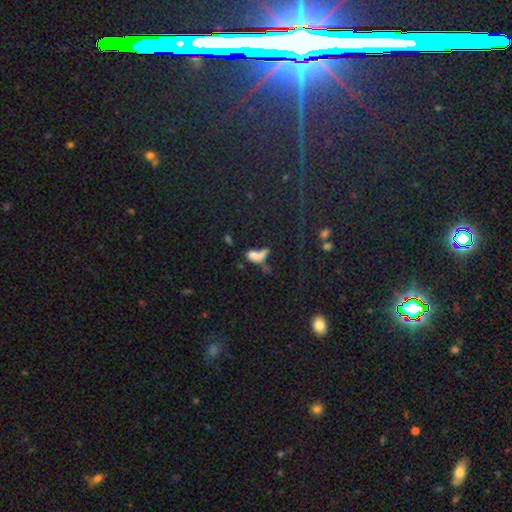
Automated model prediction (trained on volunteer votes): Smooth or featured? smooth (58%)
How rounded? in between (69%)
Merging? merger (38%)